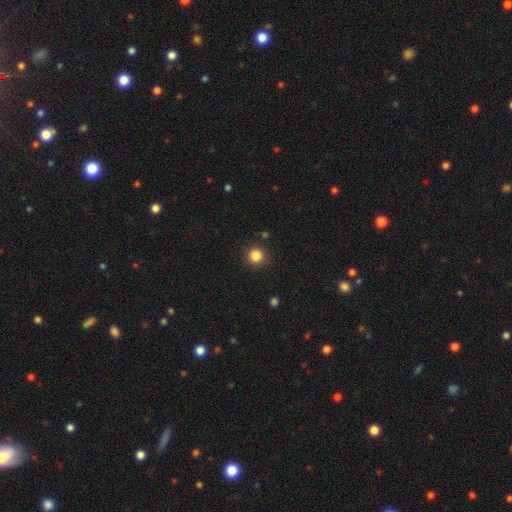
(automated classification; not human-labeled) Q: Smooth or featured?
A: smooth (85%); runner-up: star or artifact (11%)
Q: How rounded?
A: round (94%); runner-up: in between (5%)
Q: Merging?
A: none (91%); runner-up: minor disturbance (6%)